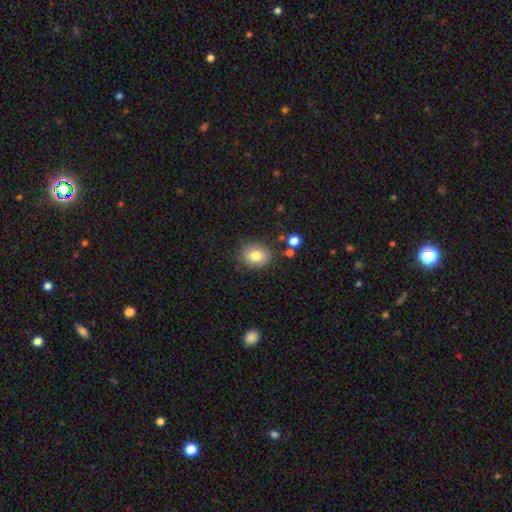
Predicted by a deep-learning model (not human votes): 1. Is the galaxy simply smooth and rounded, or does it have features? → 82% smooth, 10% star or artifact, 9% featured or disk.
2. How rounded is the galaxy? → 61% round, 38% in between, 1% cigar-shaped.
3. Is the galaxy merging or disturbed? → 81% none, 12% minor disturbance, 4% merger, 3% major disturbance.